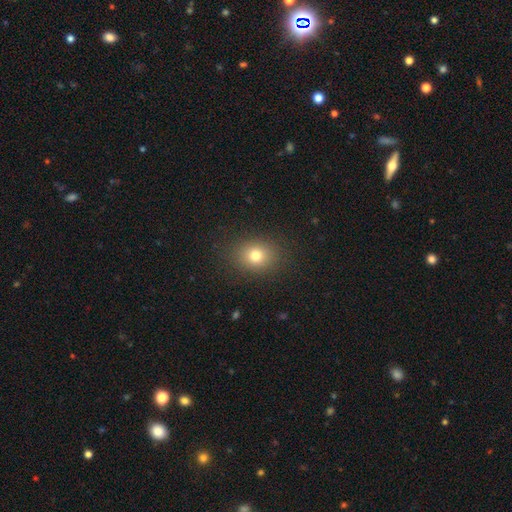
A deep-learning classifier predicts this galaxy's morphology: This is likely a smooth galaxy (76%). How rounded: possibly round (57%). Merging: clearly none (87%).